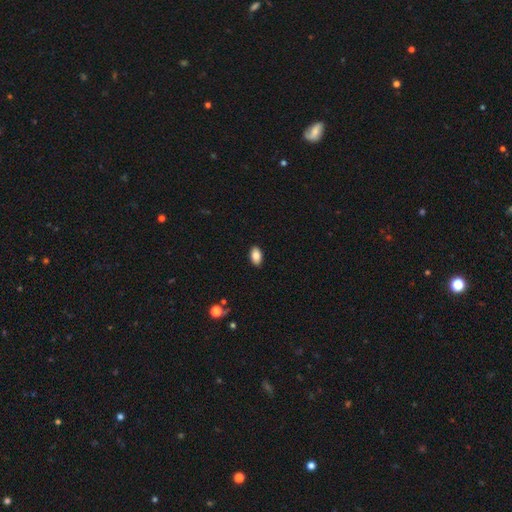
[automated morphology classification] A smooth galaxy with no disk features (84%) that is in between round and cigar-shaped (92%).

Vote fractions:
- Smooth or featured? smooth: 84% / star or artifact: 8% / featured or disk: 8%
- How rounded? in between: 92% / round: 6% / cigar-shaped: 2%
- Merging? none: 90% / minor disturbance: 8% / major disturbance: 2% / merger: 1%